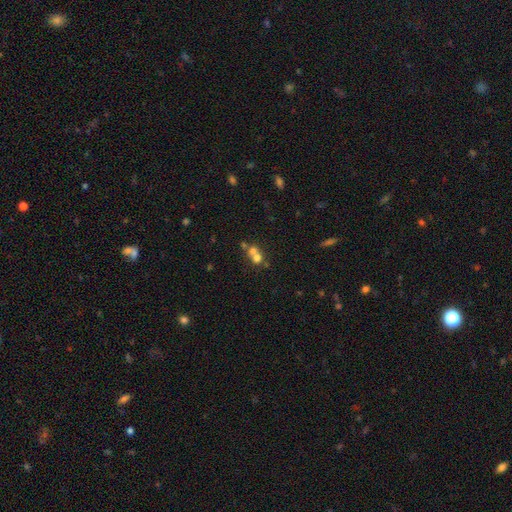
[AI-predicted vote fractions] Morphology: type=smooth (63%); roundness=round (79%); merging=merger (59%).